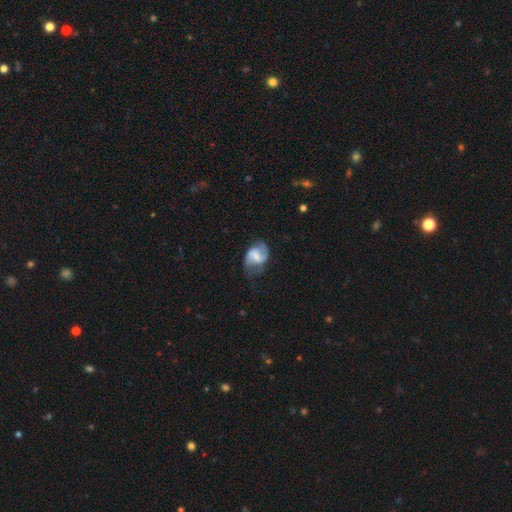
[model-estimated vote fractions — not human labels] This appears to be a featured or disk galaxy (76%) with a weak bar (50%), 2 (86%) medium (45%) spiral arms (92%) and a small central bulge (35%). Merging: none (57%).